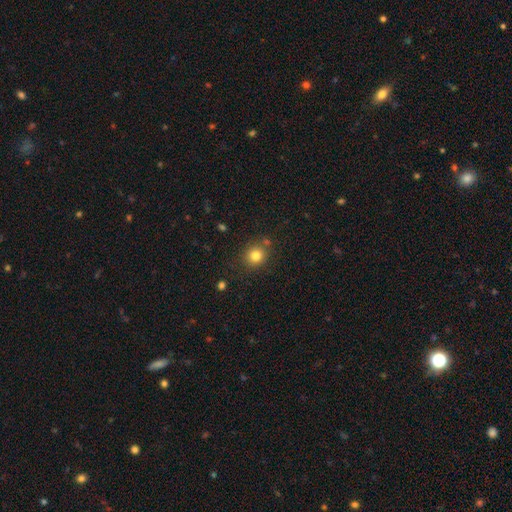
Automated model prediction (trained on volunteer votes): smooth_or_featured: smooth (p=0.81) [alt: star or artifact p=0.13]
how_rounded: round (p=0.84) [alt: in between p=0.15]
merging: none (p=0.80) [alt: minor disturbance p=0.10]